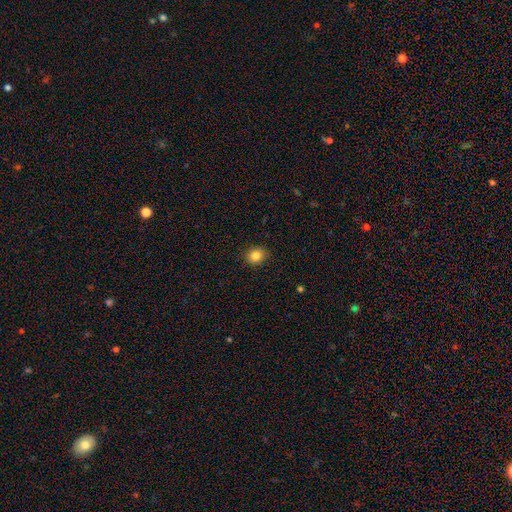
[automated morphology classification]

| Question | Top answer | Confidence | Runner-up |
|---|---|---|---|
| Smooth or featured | smooth | 84% | star or artifact (10%) |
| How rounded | round | 68% | in between (31%) |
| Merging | none | 90% | minor disturbance (7%) |